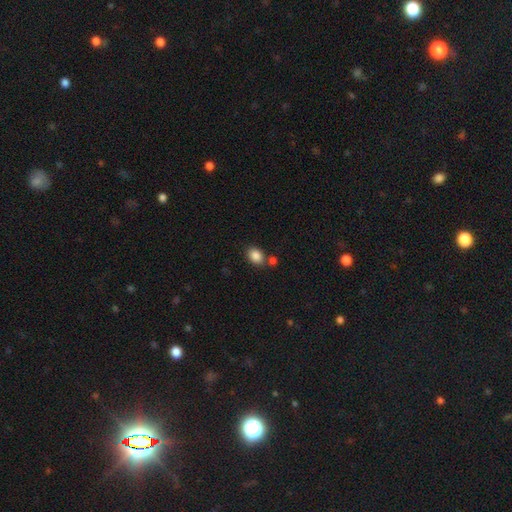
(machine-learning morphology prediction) Smooth or featured? Predicted: smooth (p=0.86). How rounded? Predicted: in between (p=0.70). Merging? Predicted: none (p=0.69).